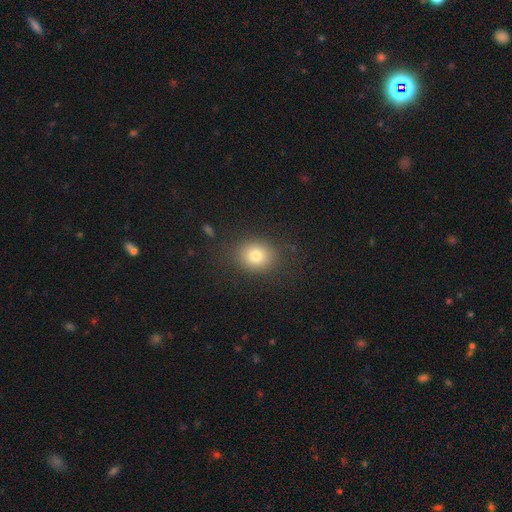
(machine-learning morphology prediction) A smooth galaxy with no disk features (78%) that is round (67%). Merging: none (84%).